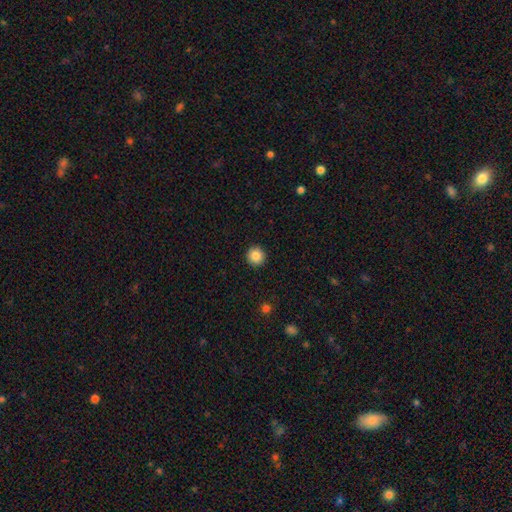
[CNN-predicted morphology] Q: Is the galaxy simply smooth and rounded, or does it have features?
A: smooth — 86%.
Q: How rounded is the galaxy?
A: round — 95%.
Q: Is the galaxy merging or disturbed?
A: none — 93%.